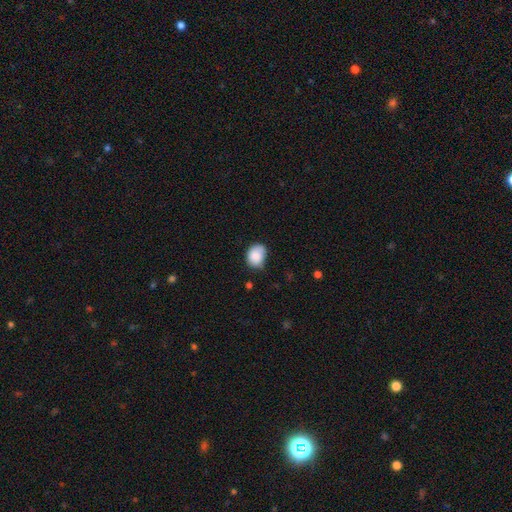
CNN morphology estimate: type=smooth (85%); roundness=in between (54%); merging=none (58%).